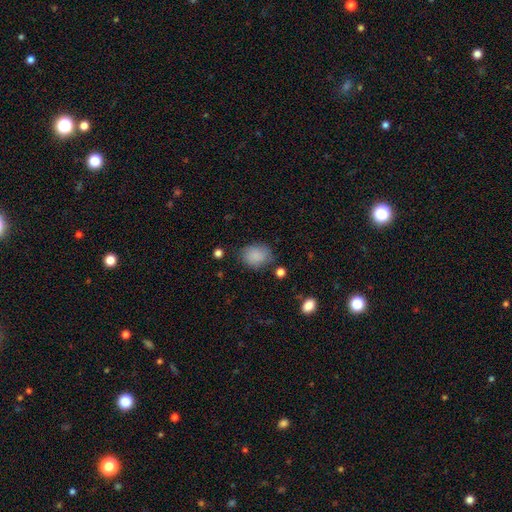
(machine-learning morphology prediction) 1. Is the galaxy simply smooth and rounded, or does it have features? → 86% smooth, 8% star or artifact, 6% featured or disk.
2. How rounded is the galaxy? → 59% in between, 40% round, 1% cigar-shaped.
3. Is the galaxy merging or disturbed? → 73% none, 19% minor disturbance, 6% major disturbance, 3% merger.